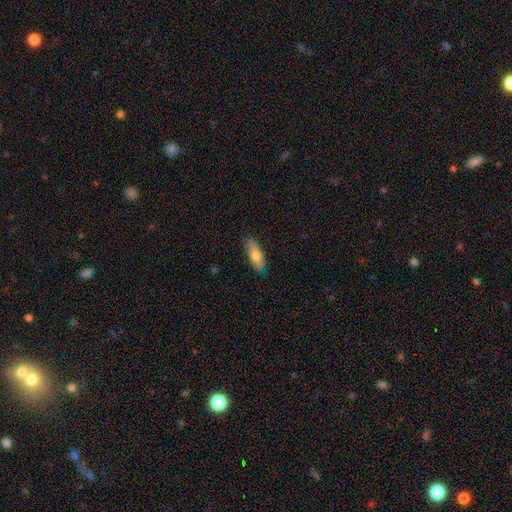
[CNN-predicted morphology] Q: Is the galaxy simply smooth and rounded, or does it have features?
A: smooth — 69%.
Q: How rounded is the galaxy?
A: in between — 58%.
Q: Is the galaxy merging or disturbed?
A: none — 85%.